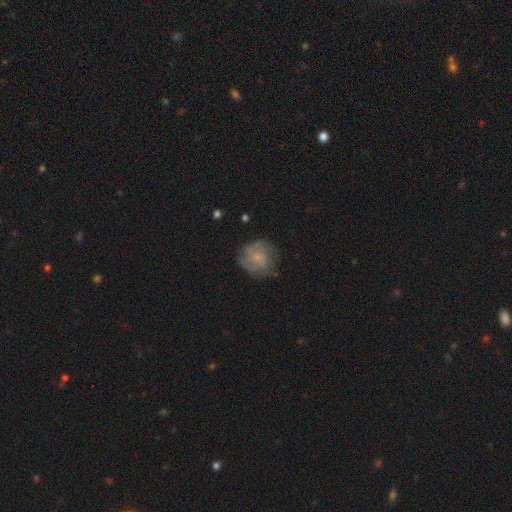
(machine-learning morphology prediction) featured or disk 58%, smooth 34%, star or artifact 8%. Down the decision tree: edge-on disk — no (98%); bar — no (71%); spiral arms — yes (84%); bulge size — small (62%); merging — none (74%).